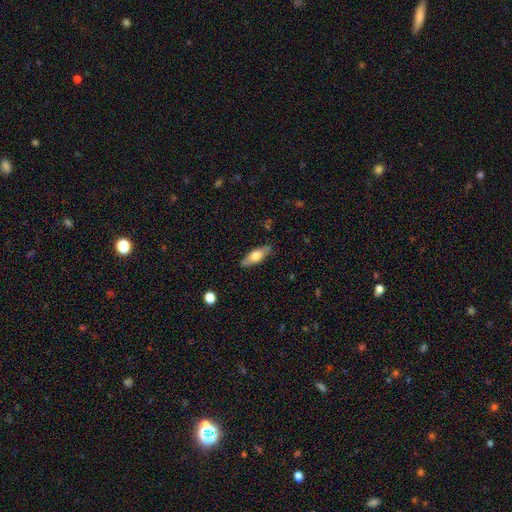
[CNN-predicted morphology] smooth_or_featured: smooth (p=0.60) [alt: featured or disk p=0.34]
how_rounded: in between (p=0.63) [alt: cigar-shaped p=0.34]
merging: none (p=0.83) [alt: minor disturbance p=0.13]